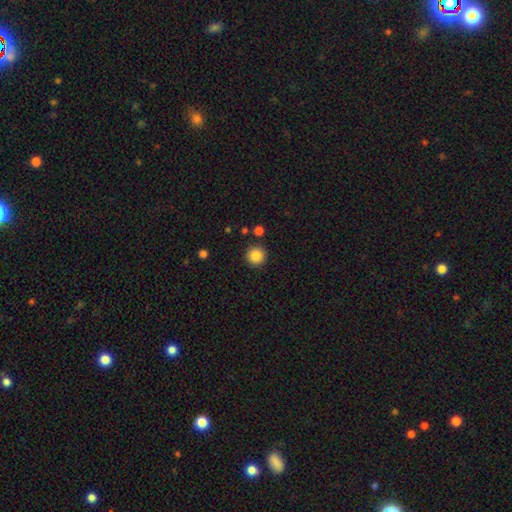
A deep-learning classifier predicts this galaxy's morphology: Smooth or featured? Predicted: smooth (p=0.87). How rounded? Predicted: round (p=0.95). Merging? Predicted: none (p=0.89).